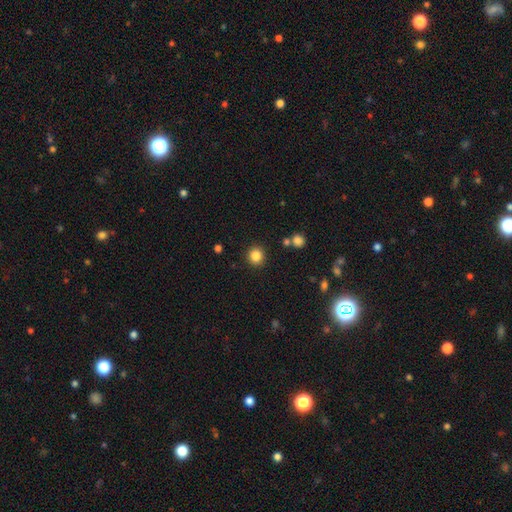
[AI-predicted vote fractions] Smooth or featured? Predicted: smooth (p=0.84). How rounded? Predicted: round (p=0.91). Merging? Predicted: none (p=0.89).